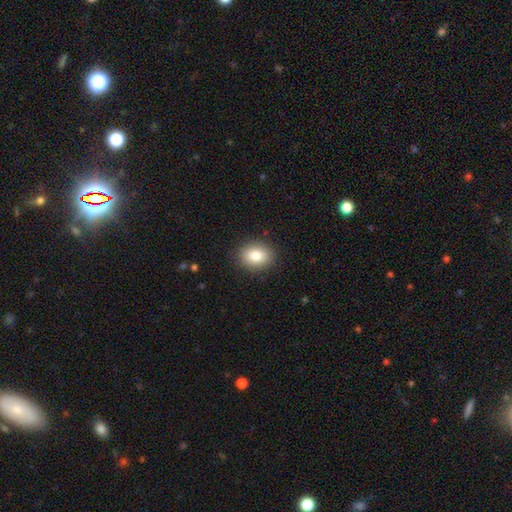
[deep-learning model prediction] A smooth galaxy with no disk features (84%) that is in between round and cigar-shaped (56%). Merging: none (88%).